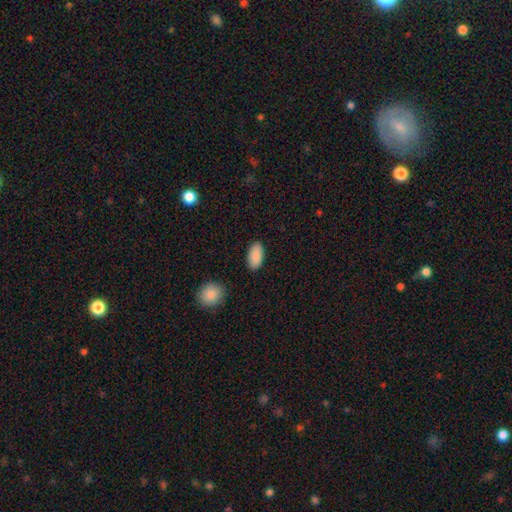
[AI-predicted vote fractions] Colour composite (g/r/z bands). It shows a smooth galaxy with no disk features (90%) that is in between round and cigar-shaped (93%). Merging: none (88%).